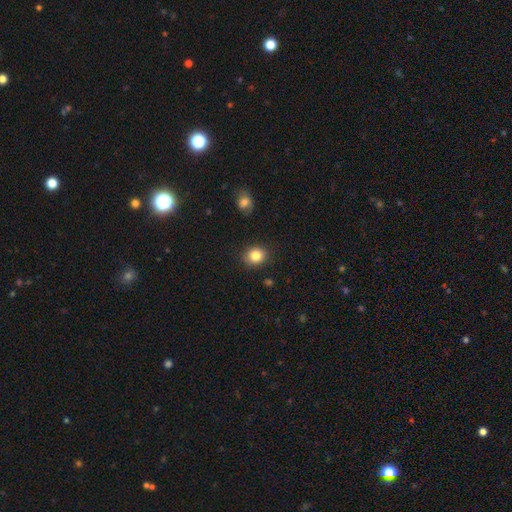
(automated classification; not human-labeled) Smooth or featured?
  - smooth: 84% *
  - star or artifact: 10%
  - featured or disk: 6%
How rounded?
  - round: 70% *
  - in between: 29%
  - cigar-shaped: 1%
Merging?
  - none: 88% *
  - minor disturbance: 8%
  - major disturbance: 2%
  - merger: 2%